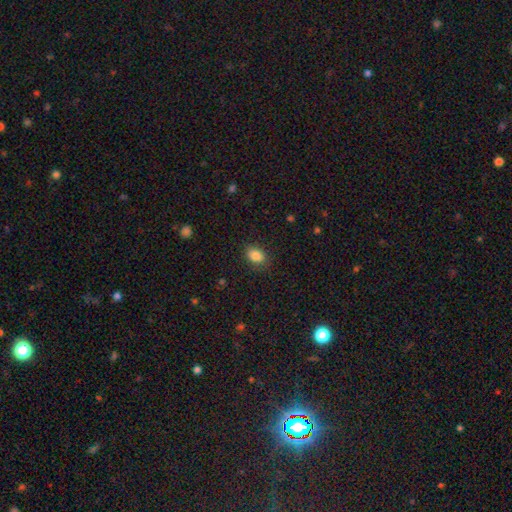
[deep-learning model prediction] Smooth or featured: smooth — 86% (star or artifact — 9%)
How rounded: in between — 79% (round — 20%)
Merging: none — 84% (minor disturbance — 12%)